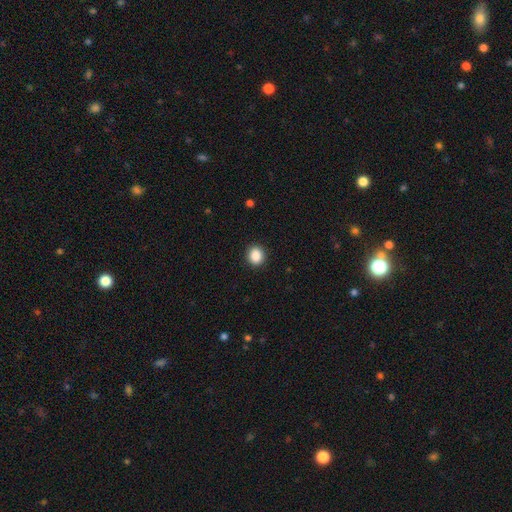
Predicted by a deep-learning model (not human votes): smooth_or_featured: smooth (p=0.88) [alt: star or artifact p=0.09]
how_rounded: round (p=0.76) [alt: in between p=0.23]
merging: none (p=0.91) [alt: minor disturbance p=0.06]